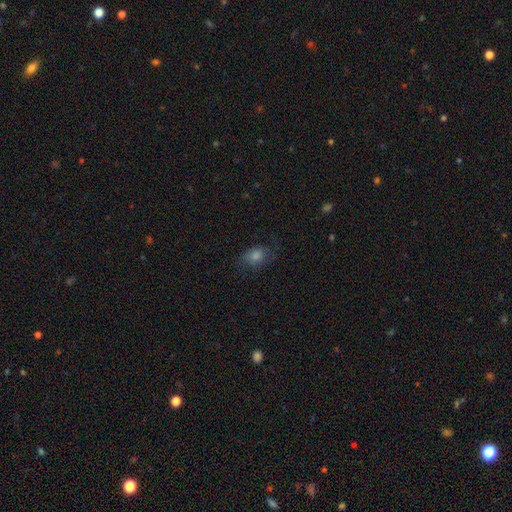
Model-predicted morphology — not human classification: Smooth or featured? Predicted: smooth (p=0.60). How rounded? Predicted: in between (p=0.68). Merging? Predicted: none (p=0.68).